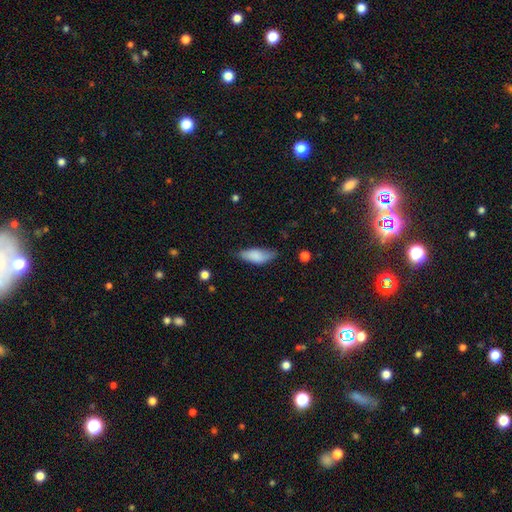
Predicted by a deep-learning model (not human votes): smooth_or_featured: smooth (p=0.81) [alt: featured or disk p=0.12]
how_rounded: in between (p=0.80) [alt: cigar-shaped p=0.18]
merging: none (p=0.58) [alt: minor disturbance p=0.33]